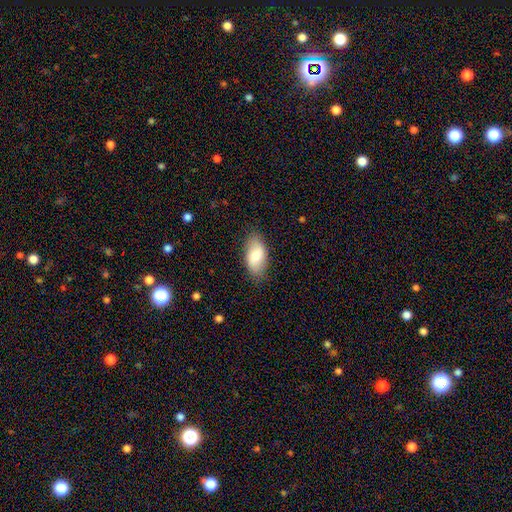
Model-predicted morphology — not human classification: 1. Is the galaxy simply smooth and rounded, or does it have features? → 72% smooth, 22% featured or disk, 6% star or artifact.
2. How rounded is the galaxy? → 93% in between, 3% cigar-shaped, 3% round.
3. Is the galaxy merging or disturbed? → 83% none, 13% minor disturbance, 3% major disturbance, 1% merger.